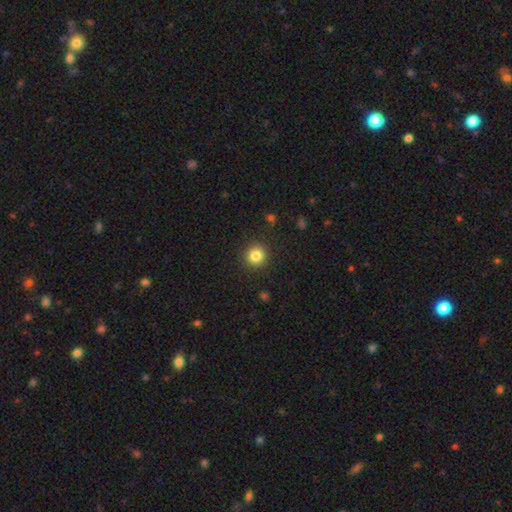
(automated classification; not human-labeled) A smooth galaxy with no disk features (84%) that is round (94%). Merging: none (91%).